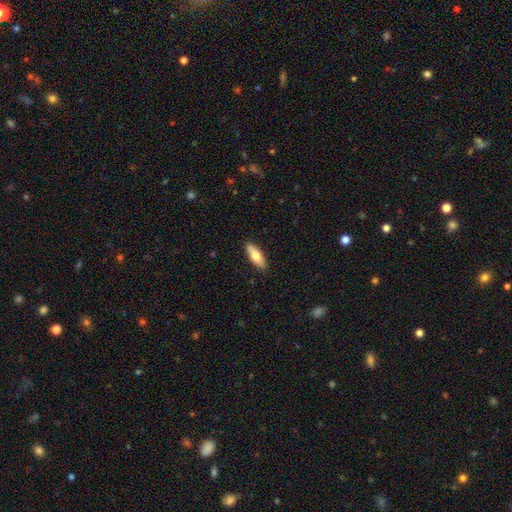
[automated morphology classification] The model was most divided on "how rounded": in between: 62%, cigar-shaped: 36%, round: 2%. More confident: merging — none (89%); smooth or featured — smooth (68%).